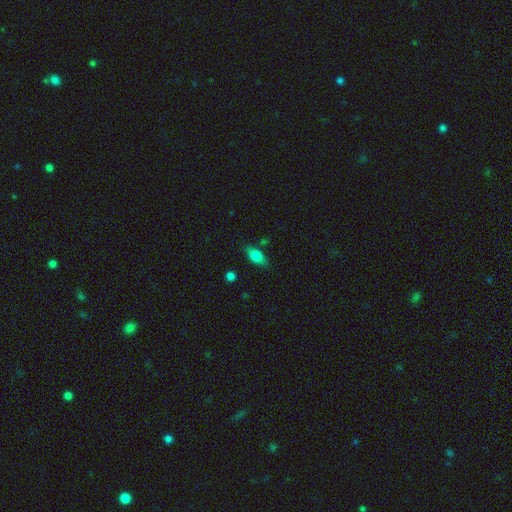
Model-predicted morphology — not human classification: type=smooth (77%); roundness=in between (83%); merging=none (78%).